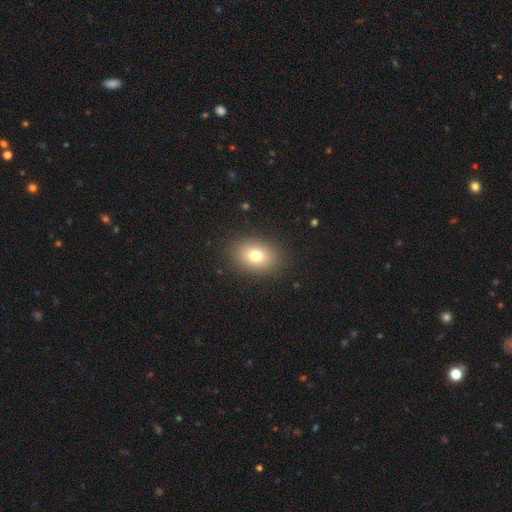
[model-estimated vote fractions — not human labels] Smooth or featured: smooth — 77% (featured or disk — 12%)
How rounded: in between — 69% (round — 29%)
Merging: none — 88% (minor disturbance — 8%)